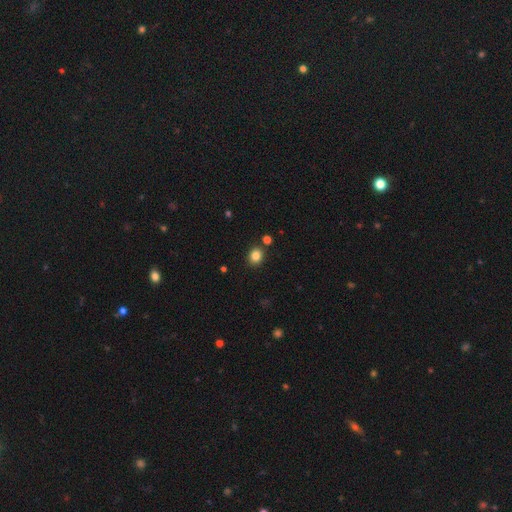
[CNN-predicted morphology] Q: Smooth or featured?
A: smooth (83%); runner-up: star or artifact (12%)
Q: How rounded?
A: round (72%); runner-up: in between (27%)
Q: Merging?
A: none (86%); runner-up: minor disturbance (7%)